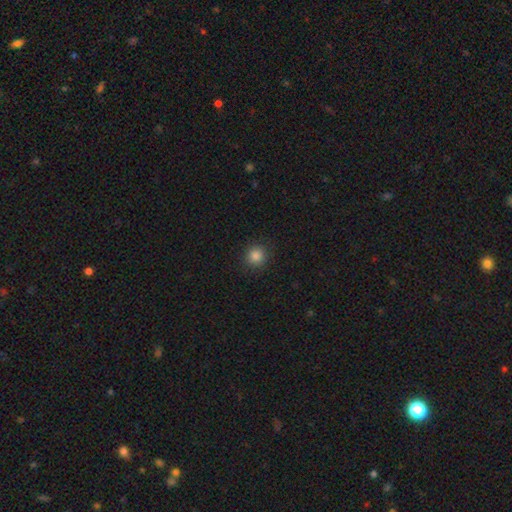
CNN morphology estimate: Overall: smooth (85%). How rounded: round (92%). Merging: none (91%).